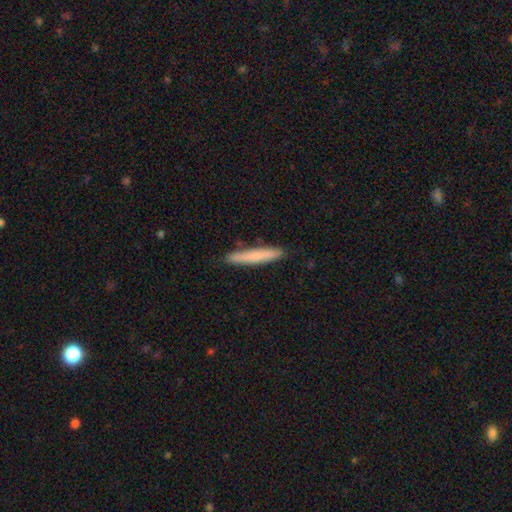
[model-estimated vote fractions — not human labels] Q: Smooth or featured?
A: smooth (74%); runner-up: featured or disk (20%)
Q: How rounded?
A: cigar-shaped (95%); runner-up: in between (4%)
Q: Merging?
A: none (88%); runner-up: minor disturbance (9%)